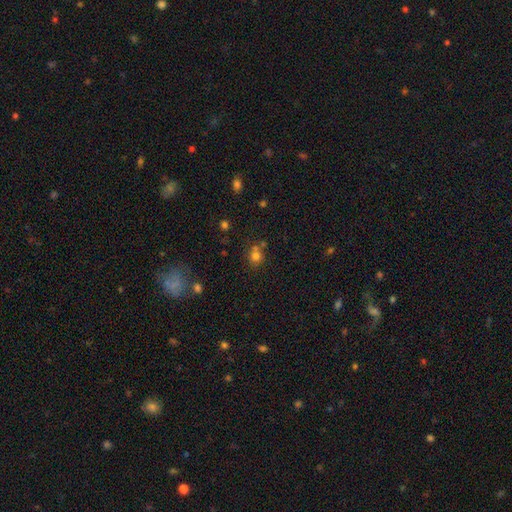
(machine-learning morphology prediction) Smooth or featured? smooth (74%)
How rounded? round (79%)
Merging? none (59%)